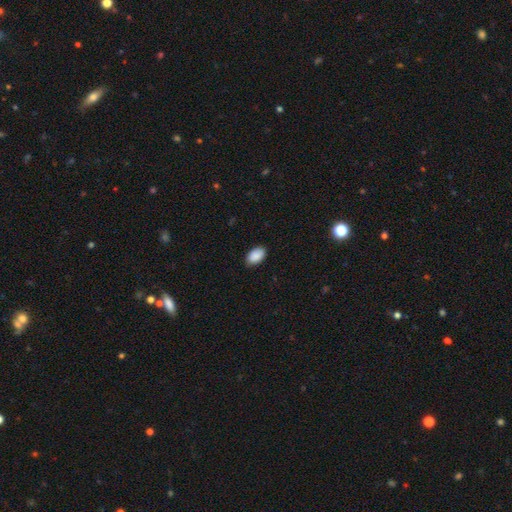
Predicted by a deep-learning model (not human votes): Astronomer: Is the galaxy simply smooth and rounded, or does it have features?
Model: smooth — 90%.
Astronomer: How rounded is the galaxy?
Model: in between — 92%.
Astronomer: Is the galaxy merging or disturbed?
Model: none — 85%.